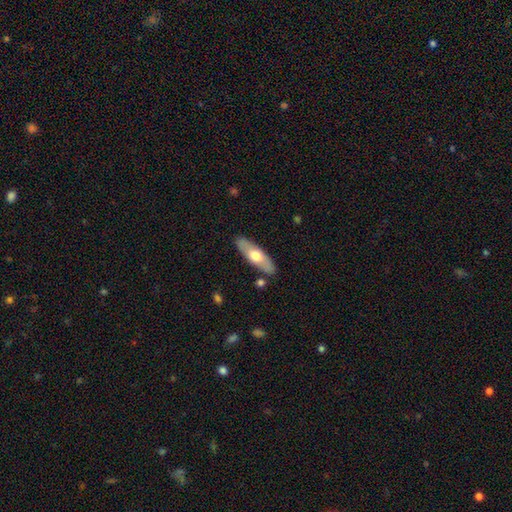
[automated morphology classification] Q: Smooth or featured?
A: smooth (56%); runner-up: featured or disk (40%)
Q: How rounded?
A: in between (55%); runner-up: cigar-shaped (43%)
Q: Merging?
A: none (86%); runner-up: minor disturbance (9%)